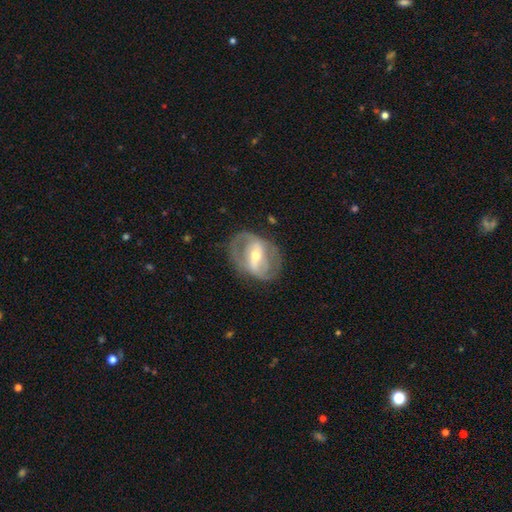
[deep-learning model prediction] This is likely a featured or disk galaxy (80%). It is clearly not viewed edge-on (94%). Bar: possibly strong (57%). Spiral arm pattern: likely yes (76%). Spiral arm count: likely 2 (77%). Spiral winding: possibly medium (46%). Central bulge: possibly moderate (52%). Merging: likely none (70%).